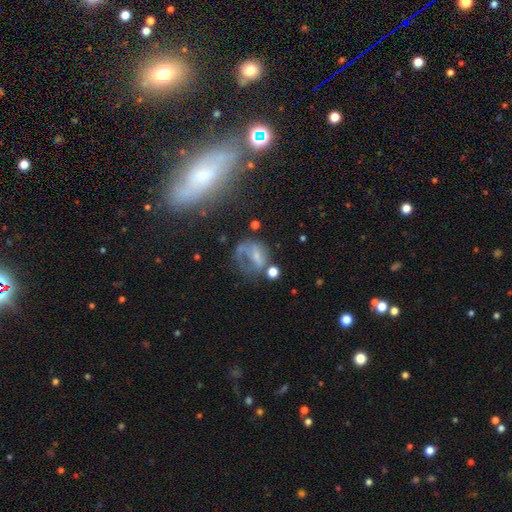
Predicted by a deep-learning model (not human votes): This appears to be a featured or disk galaxy (50%). Merging: major disturbance (41%).